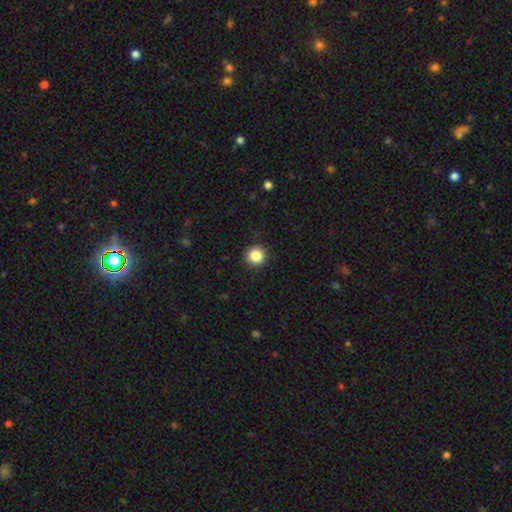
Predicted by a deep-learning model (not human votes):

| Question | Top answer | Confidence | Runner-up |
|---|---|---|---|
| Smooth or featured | smooth | 87% | star or artifact (10%) |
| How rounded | round | 95% | in between (4%) |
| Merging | none | 92% | minor disturbance (5%) |